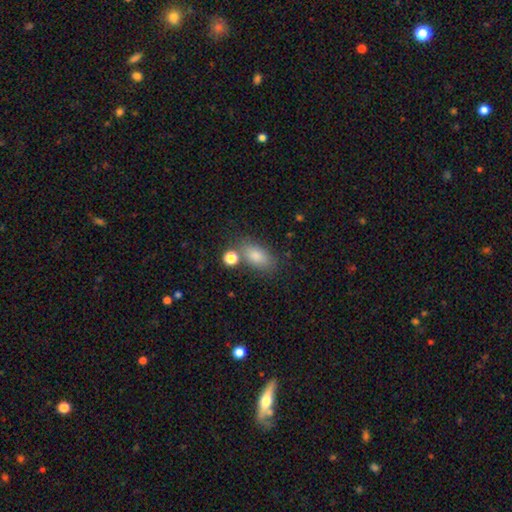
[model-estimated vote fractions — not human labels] smooth 83%, star or artifact 9%, featured or disk 8%. Down the decision tree: how rounded — in between (86%); merging — none (67%).